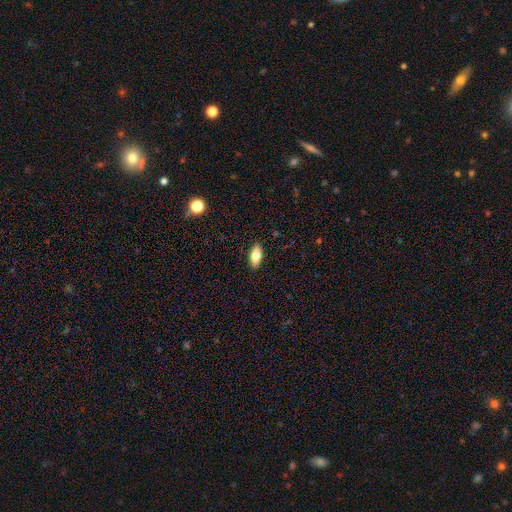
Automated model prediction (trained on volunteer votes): Overall: smooth (75%). How rounded: in between (81%). Merging: none (89%).